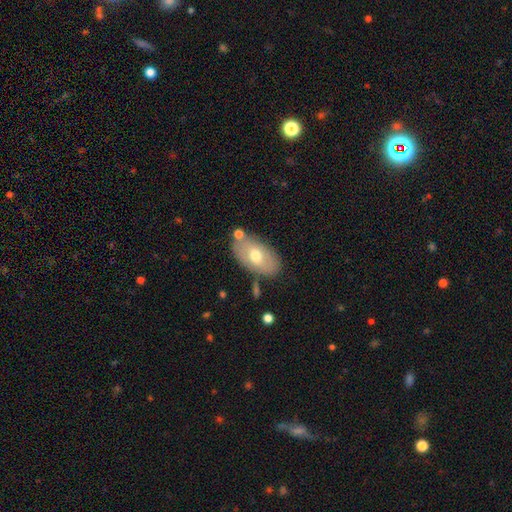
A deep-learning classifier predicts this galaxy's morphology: type=smooth (60%); roundness=in between (93%); merging=none (72%).